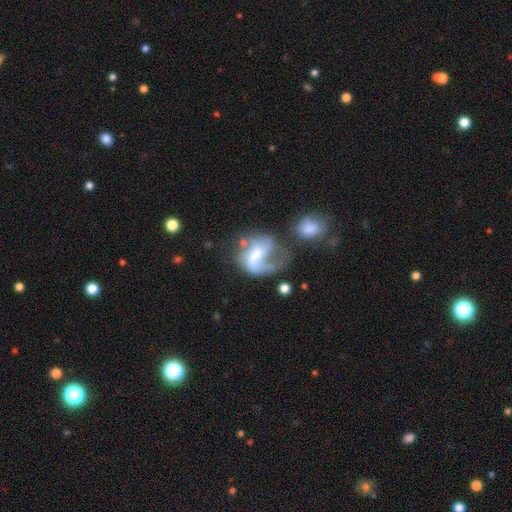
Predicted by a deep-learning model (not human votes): Overall: featured or disk (66%). Edge-on disk: no (97%). Bar: weak (44%; no 36%). Spiral arms: yes (80%). Spiral arm count: 1 (45%; 2 42%). Spiral winding: loose (54%; medium 35%). Bulge size: moderate (60%). Merging: major disturbance (36%; none 28%).